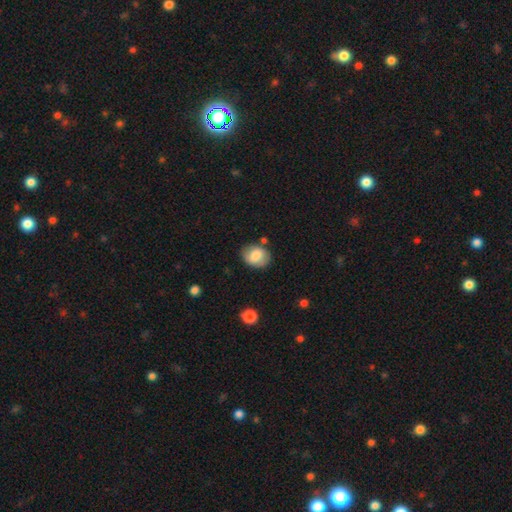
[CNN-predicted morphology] A smooth galaxy with no disk features (78%) that is in between round and cigar-shaped (56%).

Vote fractions:
- Smooth or featured? smooth: 78% / featured or disk: 14% / star or artifact: 8%
- How rounded? in between: 56% / round: 43% / cigar-shaped: 1%
- Merging? none: 74% / minor disturbance: 17% / major disturbance: 4% / merger: 4%